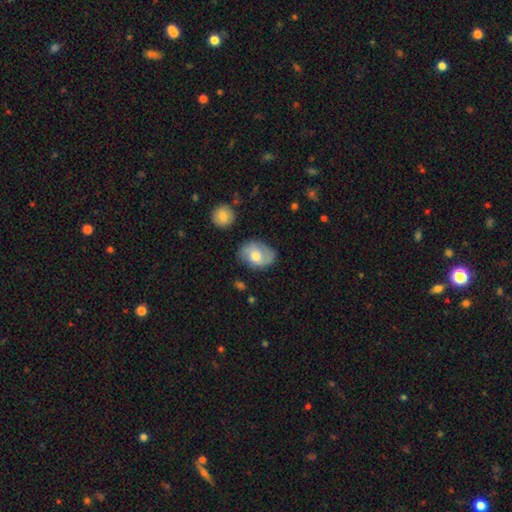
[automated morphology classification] This appears to be a smooth galaxy with no disk features (56%) that is in between round and cigar-shaped (73%). Merging: none (67%).